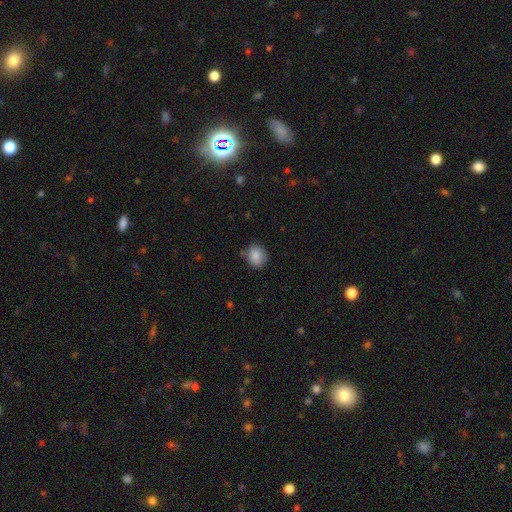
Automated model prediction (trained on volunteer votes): Smooth or featured? Predicted: smooth (p=0.86). How rounded? Predicted: round (p=0.68). Merging? Predicted: none (p=0.76).